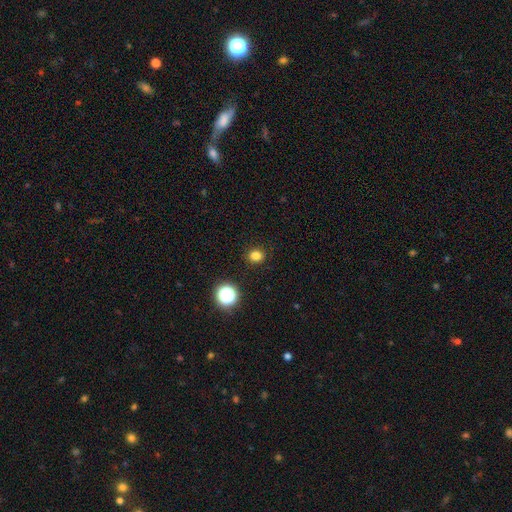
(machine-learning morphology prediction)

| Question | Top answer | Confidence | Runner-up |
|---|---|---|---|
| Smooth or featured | smooth | 81% | star or artifact (15%) |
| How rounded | round | 78% | in between (21%) |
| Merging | none | 90% | minor disturbance (6%) |